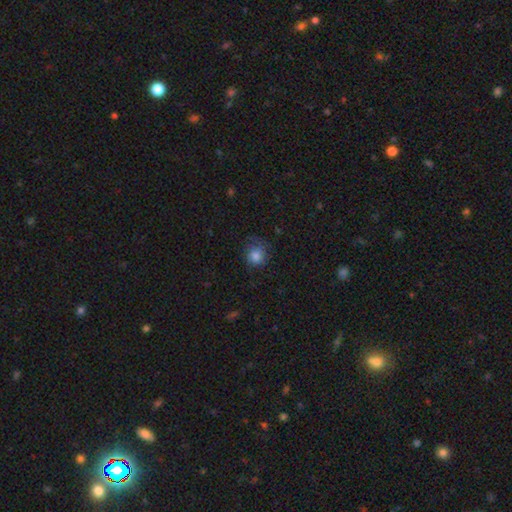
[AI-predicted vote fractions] smooth 82%, star or artifact 10%, featured or disk 8%. Down the decision tree: how rounded — round (86%); merging — none (66%).